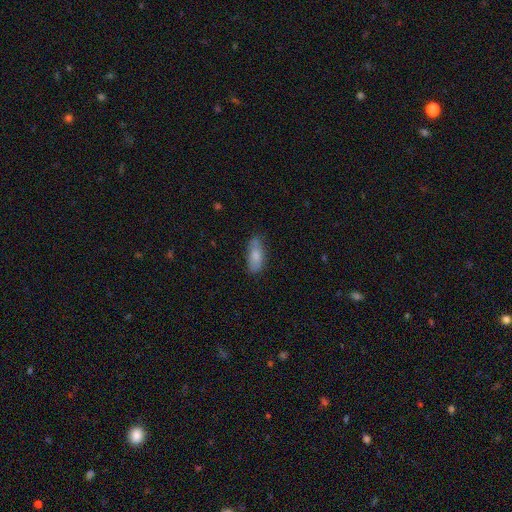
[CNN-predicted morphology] Smooth or featured? smooth (78%)
How rounded? in between (80%)
Merging? none (71%)